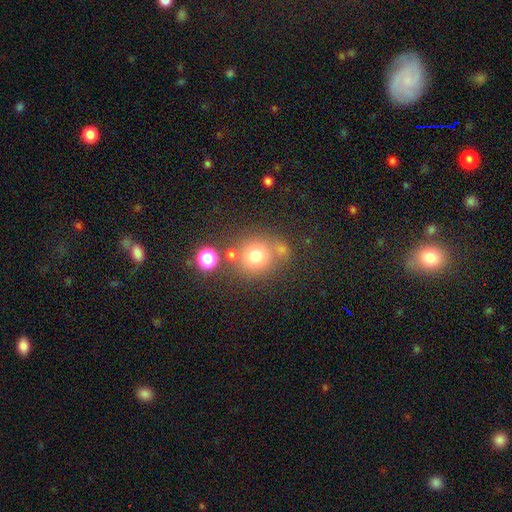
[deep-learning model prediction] smooth_or_featured: smooth (p=0.72) [alt: star or artifact p=0.16]
how_rounded: round (p=0.89) [alt: in between p=0.10]
merging: none (p=0.67) [alt: merger p=0.15]